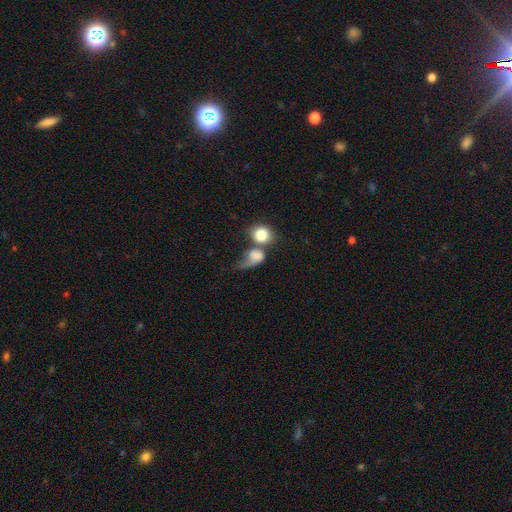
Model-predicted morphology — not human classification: A smooth galaxy with no disk features (71%) that is round (52%). Merging: merger (45%).